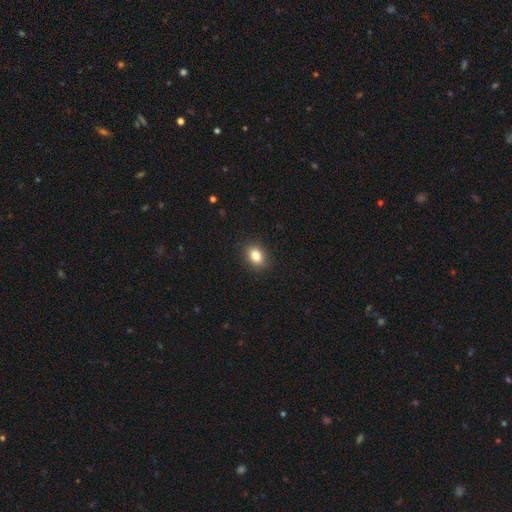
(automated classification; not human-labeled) Q: Smooth or featured?
A: smooth (83%); runner-up: star or artifact (10%)
Q: How rounded?
A: in between (69%); runner-up: round (30%)
Q: Merging?
A: none (89%); runner-up: minor disturbance (8%)